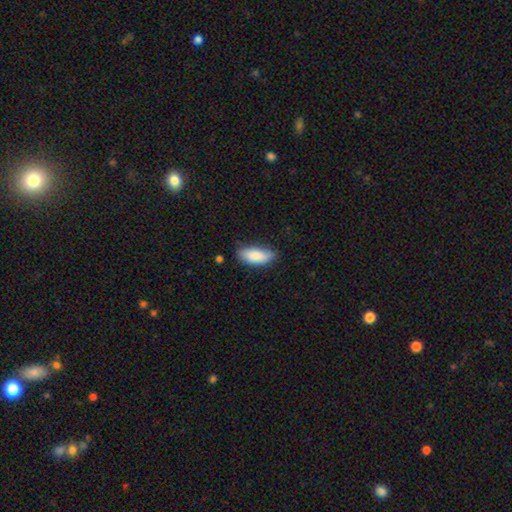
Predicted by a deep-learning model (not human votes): Overall: smooth (85%). How rounded: in between (84%). Merging: none (75%).